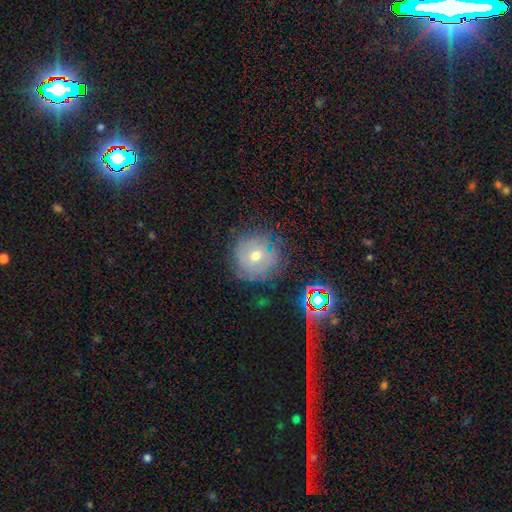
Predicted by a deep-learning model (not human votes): smooth 42%, featured or disk 39%, star or artifact 20%. Down the decision tree: merging — none (76%).